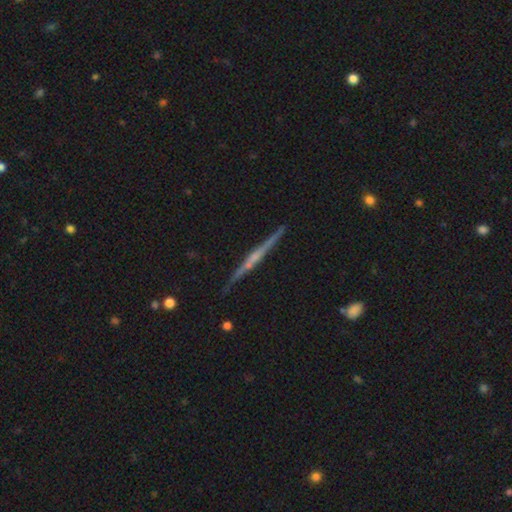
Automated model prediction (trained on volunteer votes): This appears to be a featured or disk galaxy (76%) viewed edge-on (98%) with a rounded central bulge (48%). Merging: none (89%).